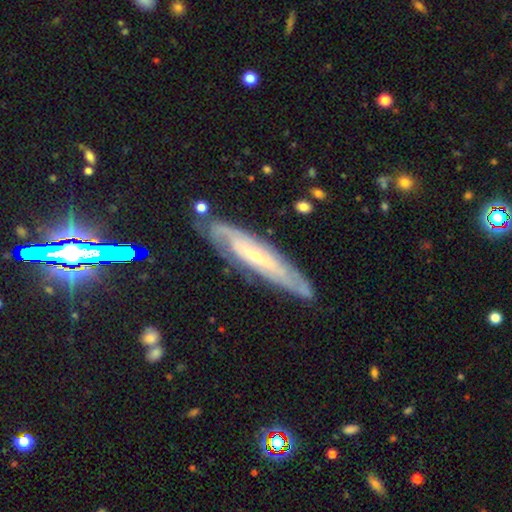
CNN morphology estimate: A featured or disk galaxy (77%).

Vote fractions:
- Smooth or featured? featured or disk: 77% / smooth: 17% / star or artifact: 7%
- Edge-on disk? no: 59% / yes: 41%
- Merging? none: 78% / minor disturbance: 16% / major disturbance: 4% / merger: 2%